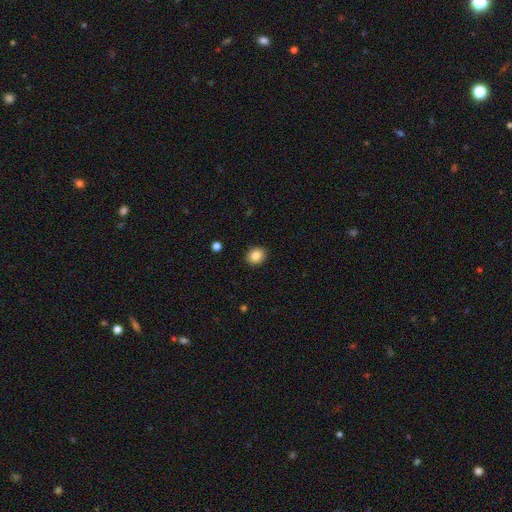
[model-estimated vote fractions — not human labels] Smooth or featured? smooth (85%)
How rounded? round (63%)
Merging? none (91%)